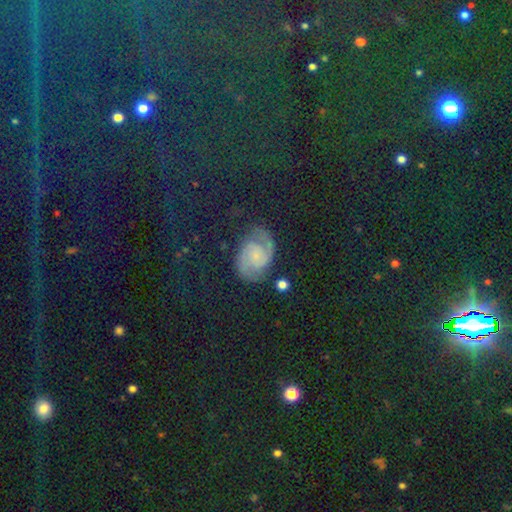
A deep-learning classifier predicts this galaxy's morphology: This appears to be a featured or disk galaxy (61%) with no bar (64%), 2 (91%) medium (51%) spiral arms (92%) and a small central bulge (52%). Merging: none (78%).